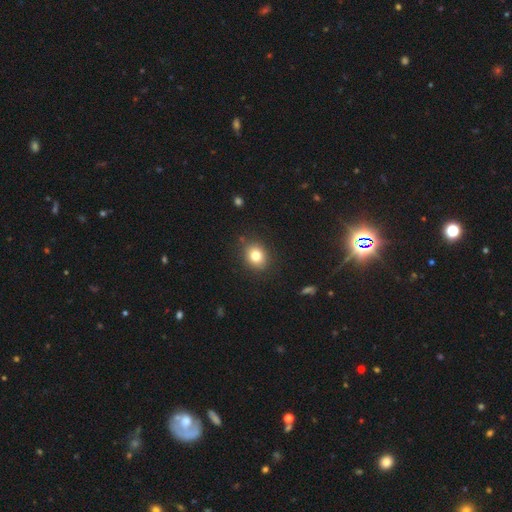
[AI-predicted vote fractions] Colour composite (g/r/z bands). It shows a smooth galaxy with no disk features (80%) that is round (63%). Merging: none (86%).